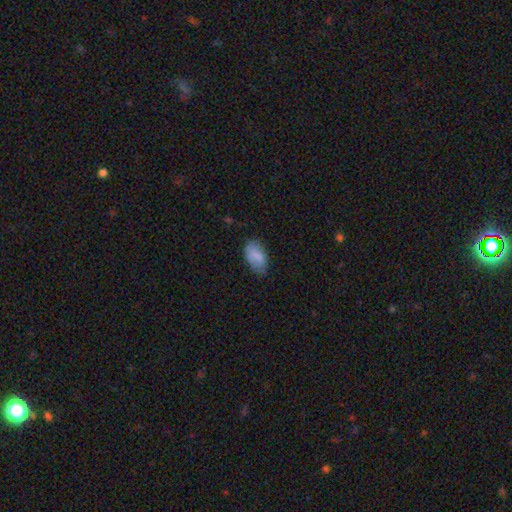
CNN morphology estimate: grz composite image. It shows a smooth galaxy with no disk features (84%) that is in between round and cigar-shaped (94%). Merging: none (65%).